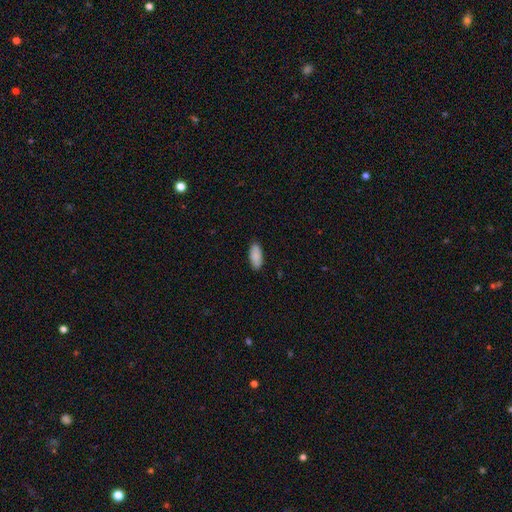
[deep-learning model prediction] Q: Smooth or featured?
A: smooth (89%); runner-up: star or artifact (6%)
Q: How rounded?
A: in between (90%); runner-up: cigar-shaped (9%)
Q: Merging?
A: none (88%); runner-up: minor disturbance (9%)